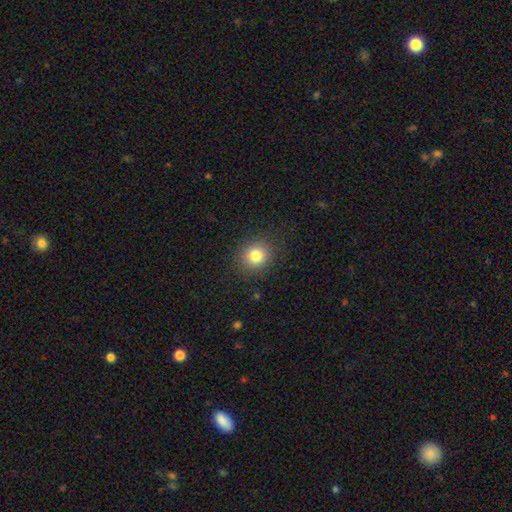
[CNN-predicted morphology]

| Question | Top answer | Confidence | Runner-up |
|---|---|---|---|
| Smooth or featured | smooth | 81% | star or artifact (12%) |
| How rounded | round | 81% | in between (18%) |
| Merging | none | 87% | minor disturbance (9%) |